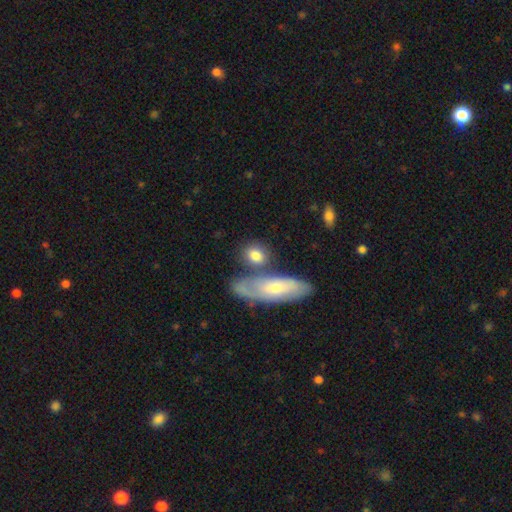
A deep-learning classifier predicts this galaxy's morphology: Smooth or featured? smooth (77%)
How rounded? round (47%)
Merging? none (60%)